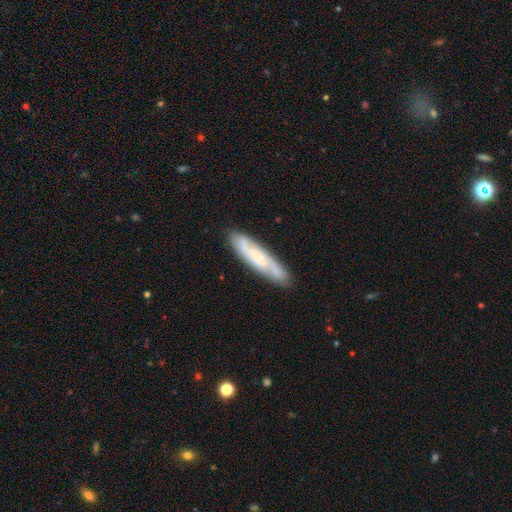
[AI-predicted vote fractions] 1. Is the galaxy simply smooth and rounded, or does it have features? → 57% featured or disk, 36% smooth, 7% star or artifact.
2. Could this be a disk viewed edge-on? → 65% no, 35% yes.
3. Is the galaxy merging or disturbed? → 83% none, 12% minor disturbance, 3% major disturbance, 2% merger.